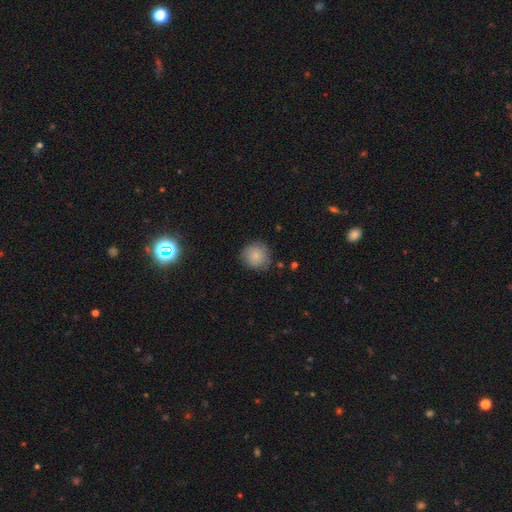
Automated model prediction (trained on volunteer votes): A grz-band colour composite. It shows a smooth galaxy with no disk features (84%) that is round (92%). Merging: none (81%).